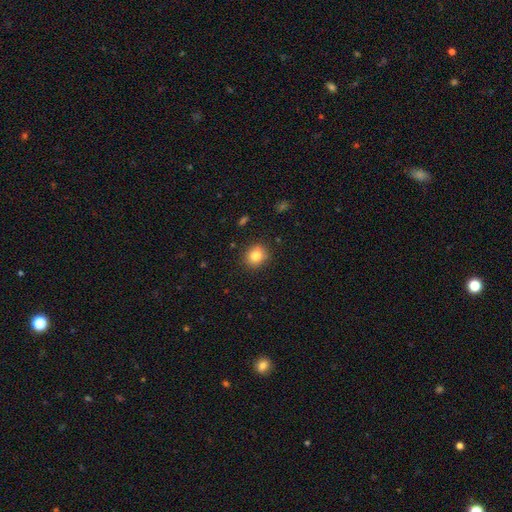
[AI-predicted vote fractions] Smooth or featured? smooth (83%)
How rounded? round (76%)
Merging? none (88%)